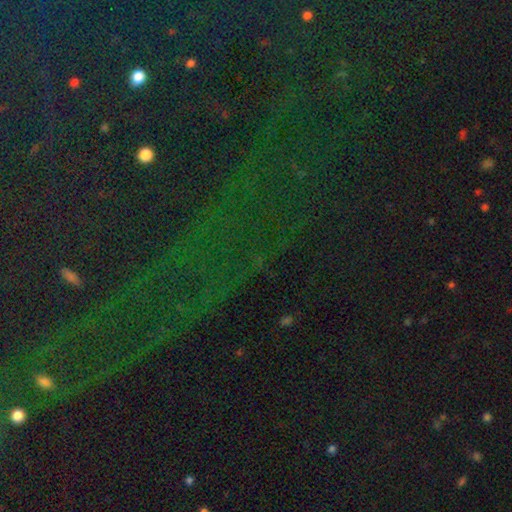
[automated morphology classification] smooth-or-featured: star or artifact: 82% | smooth: 10% | featured or disk: 8%